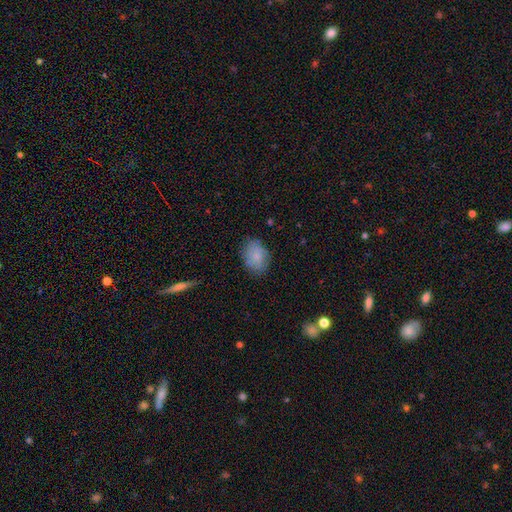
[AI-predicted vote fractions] smooth_or_featured: smooth (p=0.82) [alt: featured or disk p=0.11]
how_rounded: in between (p=0.73) [alt: round p=0.26]
merging: none (p=0.77) [alt: minor disturbance p=0.17]